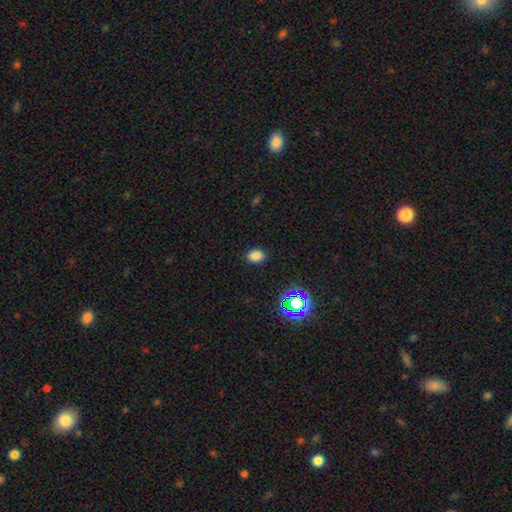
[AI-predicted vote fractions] smooth_or_featured: smooth (p=0.79) [alt: star or artifact p=0.16]
how_rounded: in between (p=0.61) [alt: round p=0.38]
merging: none (p=0.88) [alt: minor disturbance p=0.09]